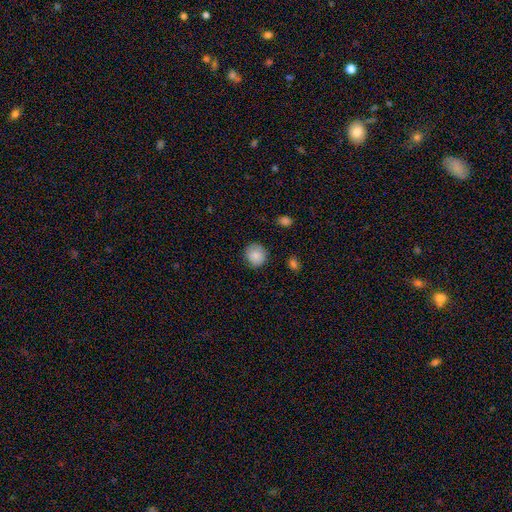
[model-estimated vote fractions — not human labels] smooth_or_featured: smooth (p=0.87) [alt: star or artifact p=0.08]
how_rounded: round (p=0.90) [alt: in between p=0.09]
merging: none (p=0.85) [alt: minor disturbance p=0.11]